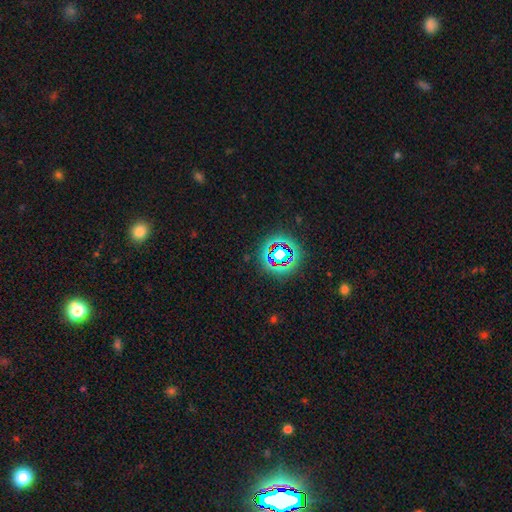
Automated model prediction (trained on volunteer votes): star or artifact 68%, smooth 18%, featured or disk 14%.